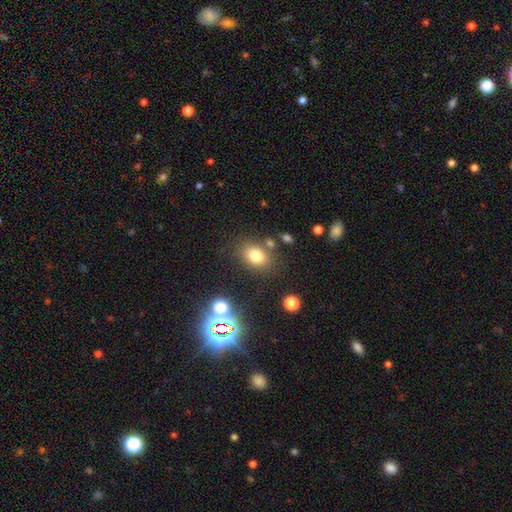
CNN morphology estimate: The model was most divided on "how rounded": in between: 66%, round: 32%, cigar-shaped: 1%. More confident: smooth or featured — smooth (77%); merging — none (75%).